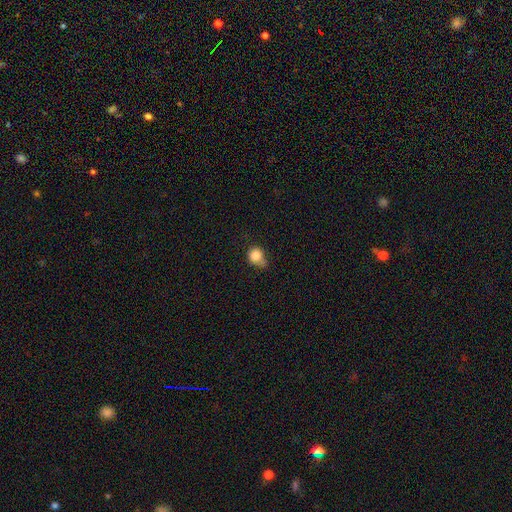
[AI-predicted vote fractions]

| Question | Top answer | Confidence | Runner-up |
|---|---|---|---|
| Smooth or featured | smooth | 84% | star or artifact (10%) |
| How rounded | round | 78% | in between (21%) |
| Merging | none | 43% | minor disturbance (34%) |